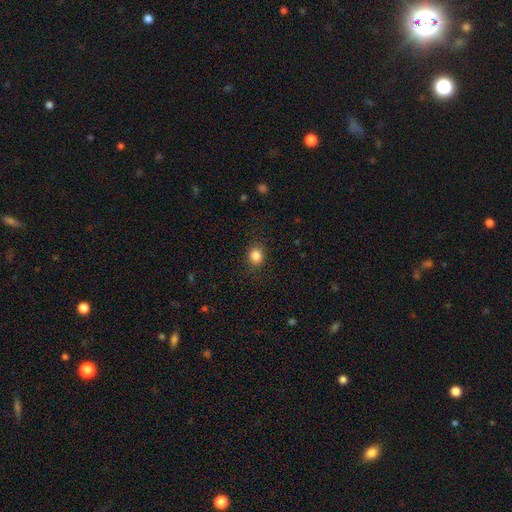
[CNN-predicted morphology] smooth 84%, star or artifact 11%, featured or disk 5%. Down the decision tree: how rounded — round (74%); merging — none (87%).